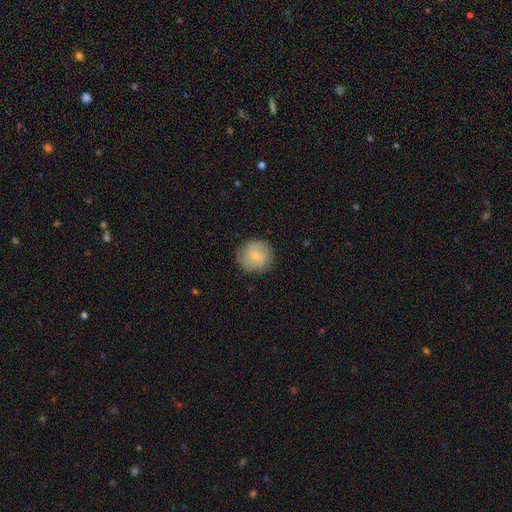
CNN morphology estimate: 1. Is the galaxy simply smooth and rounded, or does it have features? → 66% smooth, 27% featured or disk, 7% star or artifact.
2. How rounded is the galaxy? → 91% round, 8% in between, 1% cigar-shaped.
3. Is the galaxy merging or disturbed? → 80% none, 15% minor disturbance, 4% major disturbance, 1% merger.